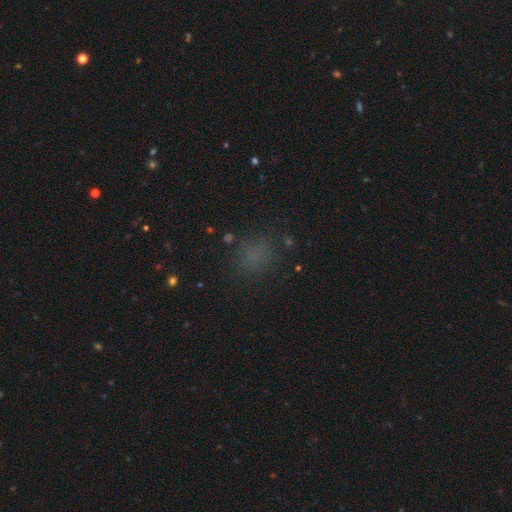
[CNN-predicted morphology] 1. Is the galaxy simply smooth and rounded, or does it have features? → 68% smooth, 26% star or artifact, 6% featured or disk.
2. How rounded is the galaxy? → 75% round, 23% in between, 2% cigar-shaped.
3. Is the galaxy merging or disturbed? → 82% none, 11% minor disturbance, 5% major disturbance, 2% merger.